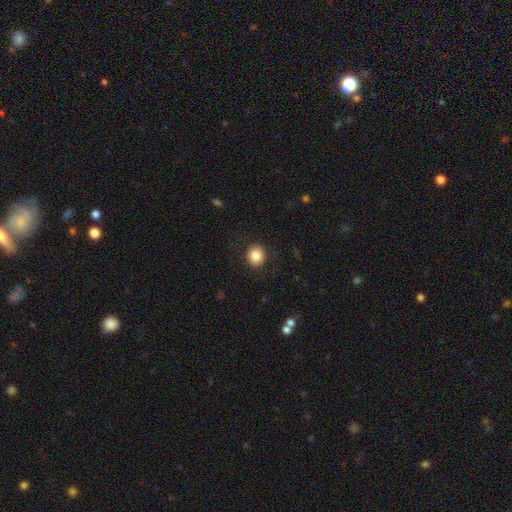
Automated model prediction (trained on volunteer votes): A smooth galaxy with no disk features (84%) that is round (80%).

Vote fractions:
- Smooth or featured? smooth: 84% / star or artifact: 9% / featured or disk: 7%
- How rounded? round: 80% / in between: 19% / cigar-shaped: 1%
- Merging? none: 89% / minor disturbance: 7% / major disturbance: 3% / merger: 1%